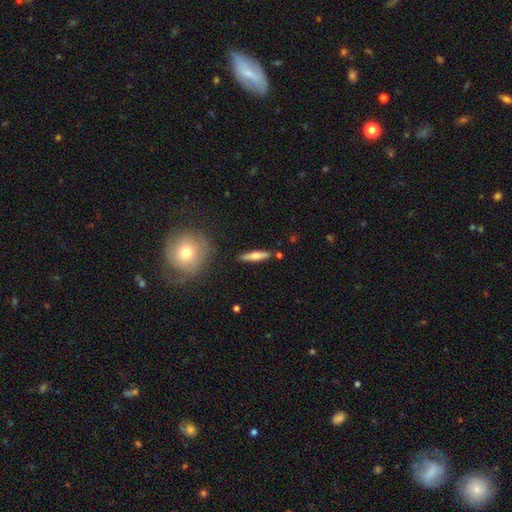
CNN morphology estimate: This is likely a smooth galaxy (63%). How rounded: clearly cigar-shaped (81%). Merging: clearly none (85%).